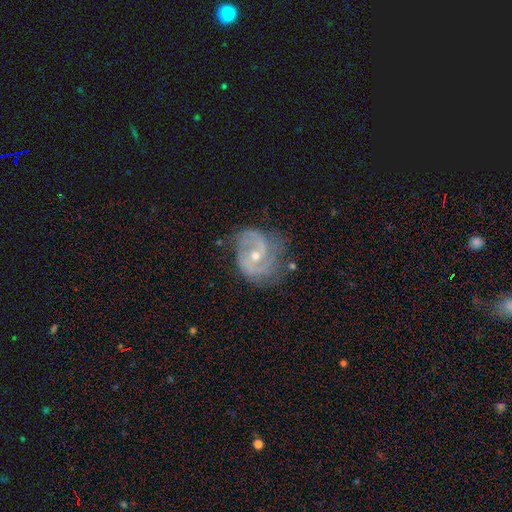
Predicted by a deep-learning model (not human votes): Smooth or featured: featured or disk — 86% (smooth — 8%)
Edge-on disk: no — 98% (yes — 2%)
Bar: no — 50% (weak — 39%)
Spiral arms: yes — 94% (no — 6%)
Spiral winding: medium — 47% (tight — 37%)
Spiral arm count: 2 — 70% (can't tell — 12%)
Bulge size: moderate — 52% (small — 46%)
Merging: none — 62% (minor disturbance — 25%)